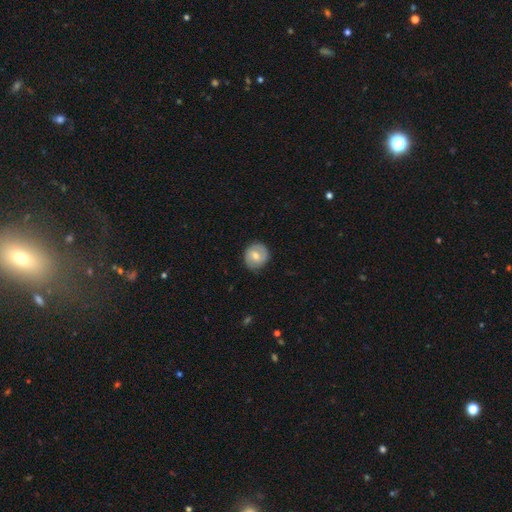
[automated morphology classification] Q: Smooth or featured?
A: smooth (57%); runner-up: featured or disk (36%)
Q: How rounded?
A: round (86%); runner-up: in between (13%)
Q: Merging?
A: none (82%); runner-up: minor disturbance (14%)